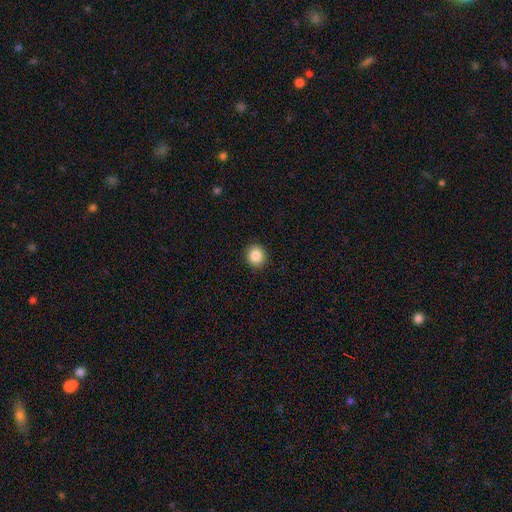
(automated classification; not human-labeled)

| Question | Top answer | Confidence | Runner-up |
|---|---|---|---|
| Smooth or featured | smooth | 87% | star or artifact (9%) |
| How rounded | round | 87% | in between (12%) |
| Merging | none | 91% | minor disturbance (6%) |